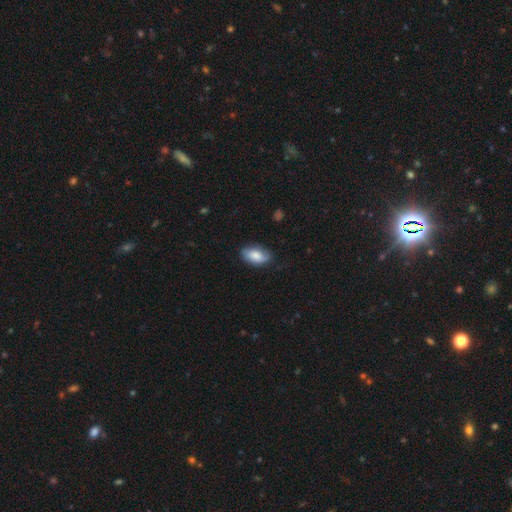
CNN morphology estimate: Smooth or featured?
  - smooth: 78% *
  - featured or disk: 15%
  - star or artifact: 6%
How rounded?
  - in between: 93% *
  - round: 4%
  - cigar-shaped: 3%
Merging?
  - none: 71% *
  - minor disturbance: 23%
  - major disturbance: 5%
  - merger: 1%